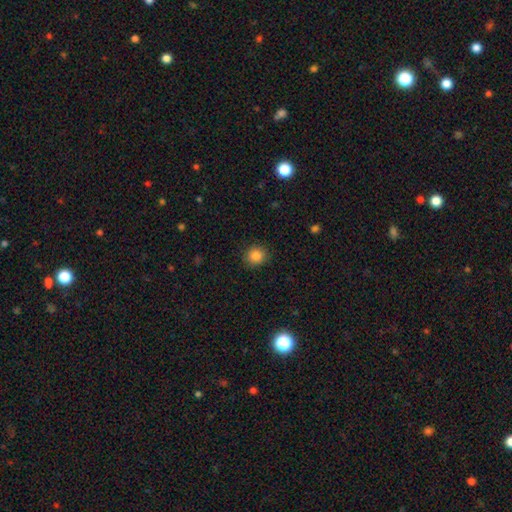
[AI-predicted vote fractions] smooth-or-featured: smooth: 85% | star or artifact: 10% | featured or disk: 5%
  how-rounded: round: 87% | in between: 12% | cigar-shaped: 1%
  merging: none: 90% | minor disturbance: 7% | major disturbance: 2% | merger: 1%